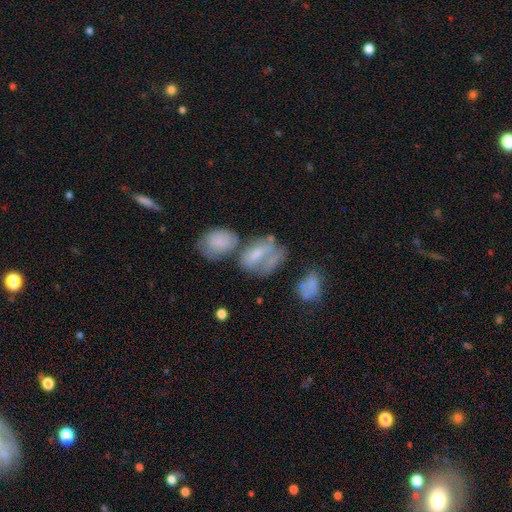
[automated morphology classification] The model was most divided on "smooth or featured" (2-way tie): featured or disk: 43%, smooth: 43%, star or artifact: 14%. Remaining: merging — none (34%).